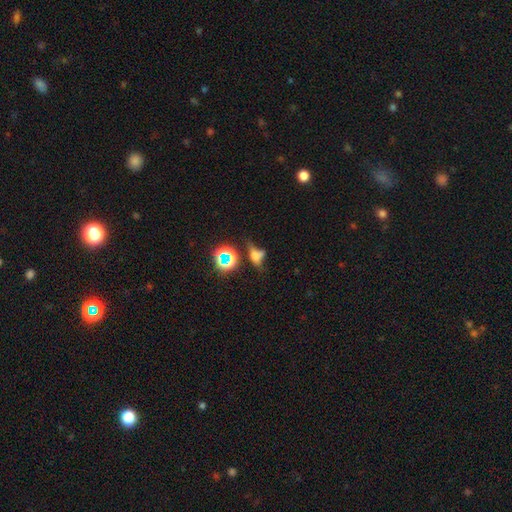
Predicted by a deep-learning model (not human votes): This is marginally a smooth galaxy (40%). Merging: marginally none (37%).